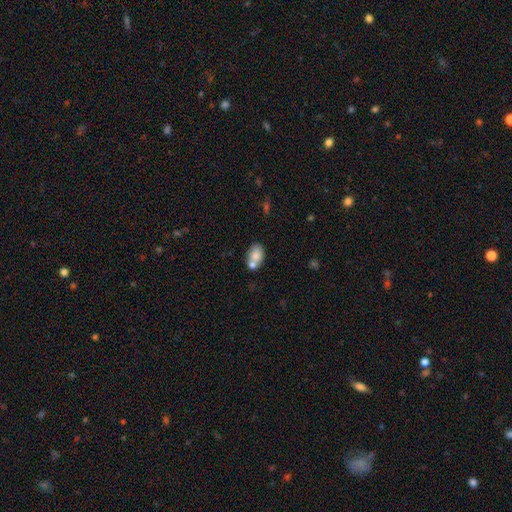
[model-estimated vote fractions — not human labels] This appears to be a smooth galaxy with no disk features (78%) that is in between round and cigar-shaped (80%). Merging: none (47%).